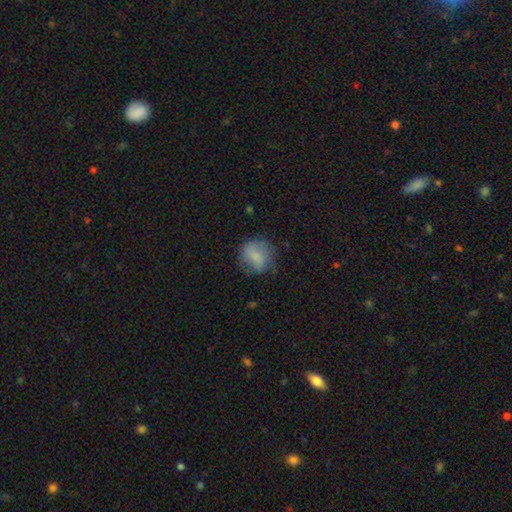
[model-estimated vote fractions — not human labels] Smooth or featured? Predicted: smooth (p=0.69). How rounded? Predicted: round (p=0.76). Merging? Predicted: none (p=0.62).